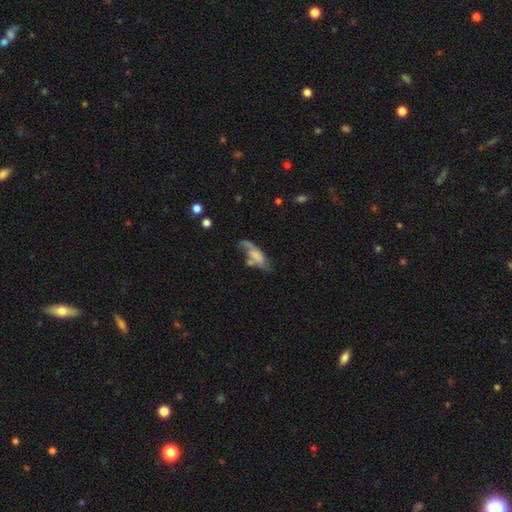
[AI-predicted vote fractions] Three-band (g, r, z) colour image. It shows a smooth galaxy with no disk features (50%). Merging: none (35%).